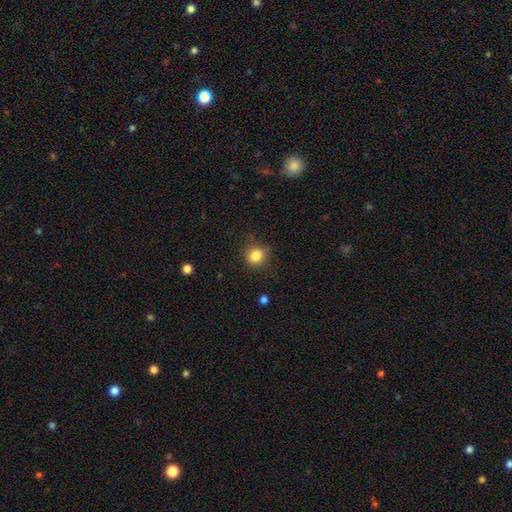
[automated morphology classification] Smooth or featured: smooth — 84% (star or artifact — 11%)
How rounded: round — 79% (in between — 20%)
Merging: none — 76% (minor disturbance — 18%)